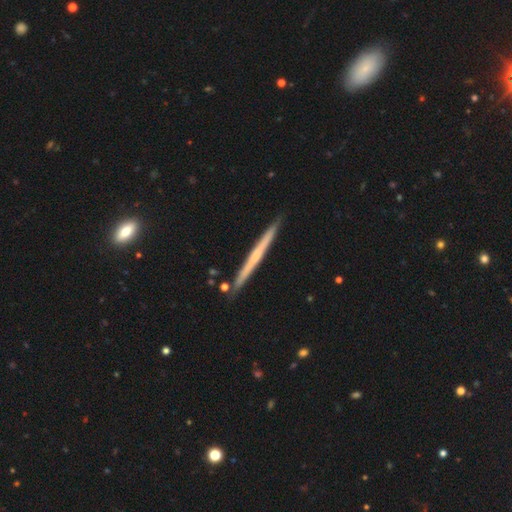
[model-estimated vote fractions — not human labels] Overall: featured or disk (54%; smooth 41%). Edge-on disk: yes (97%). Edge-on bulge: none (82%). Merging: none (90%).